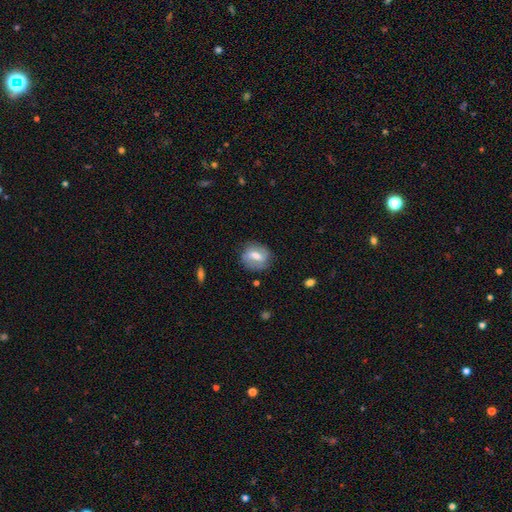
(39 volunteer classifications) Morphology: type=smooth (64%); roundness=round (68%); merging=none (69%).